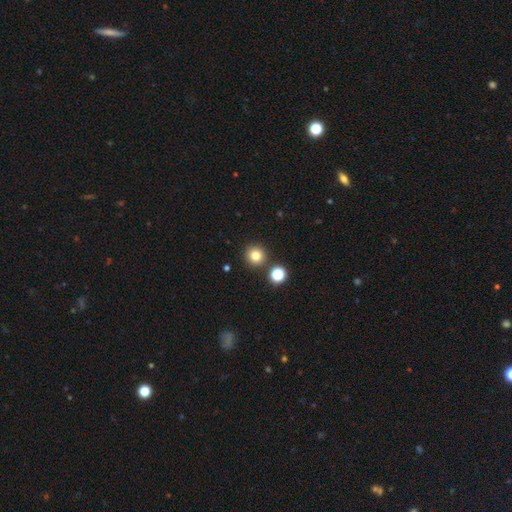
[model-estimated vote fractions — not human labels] Smooth or featured? smooth (80%)
How rounded? round (94%)
Merging? none (85%)